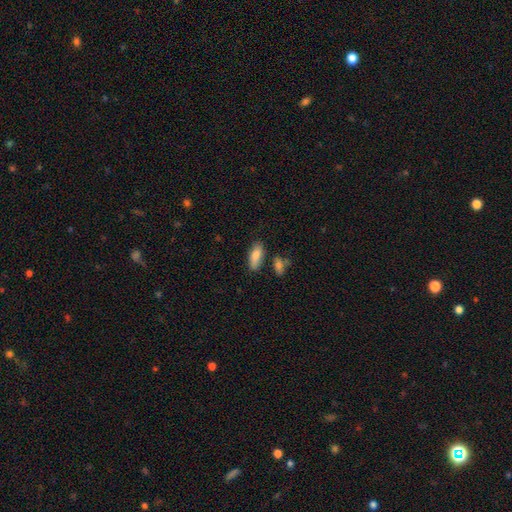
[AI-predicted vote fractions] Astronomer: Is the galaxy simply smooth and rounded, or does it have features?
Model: smooth — 85%.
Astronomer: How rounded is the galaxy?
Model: in between — 77%.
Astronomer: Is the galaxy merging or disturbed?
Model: none — 73%.